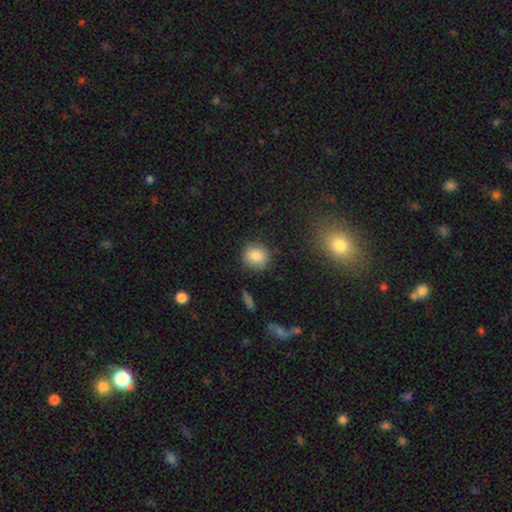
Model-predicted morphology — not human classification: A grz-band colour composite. It shows a smooth galaxy with no disk features (85%) that is round (79%). Merging: none (86%).